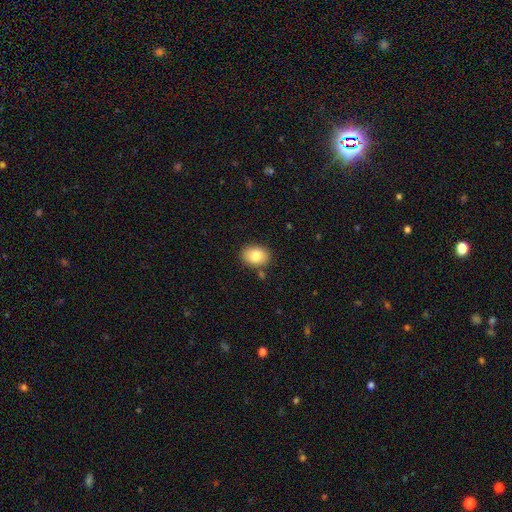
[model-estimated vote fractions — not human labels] This is clearly a smooth galaxy (82%). How rounded: likely in between (70%). Merging: clearly none (83%).